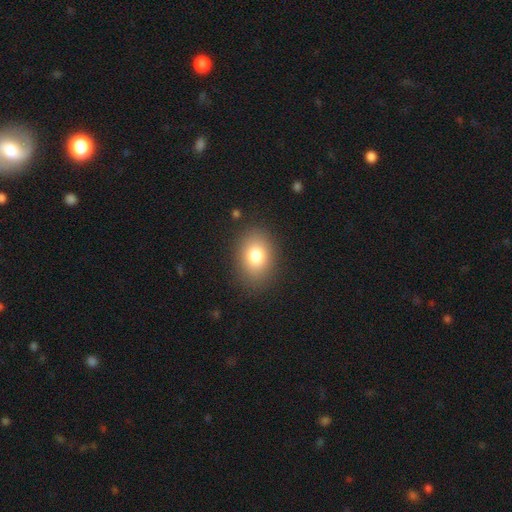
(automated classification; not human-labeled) The model was most divided on "how rounded": in between: 72%, round: 27%, cigar-shaped: 1%. More confident: merging — none (86%); smooth or featured — smooth (80%).